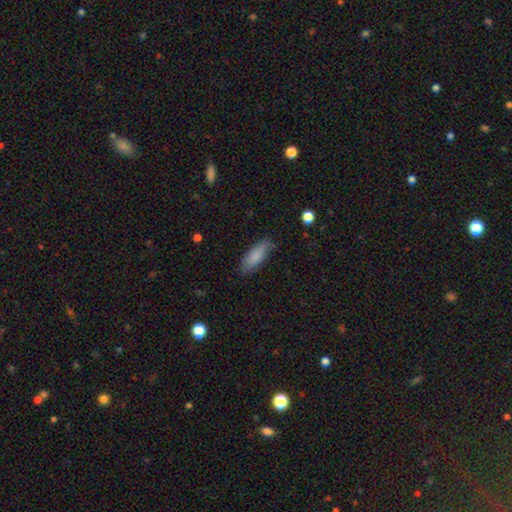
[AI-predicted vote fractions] A smooth galaxy with no disk features (84%) that is in between round and cigar-shaped (64%).

Vote fractions:
- Smooth or featured? smooth: 84% / featured or disk: 9% / star or artifact: 6%
- How rounded? in between: 64% / cigar-shaped: 34% / round: 2%
- Merging? none: 79% / minor disturbance: 17% / major disturbance: 3% / merger: 1%